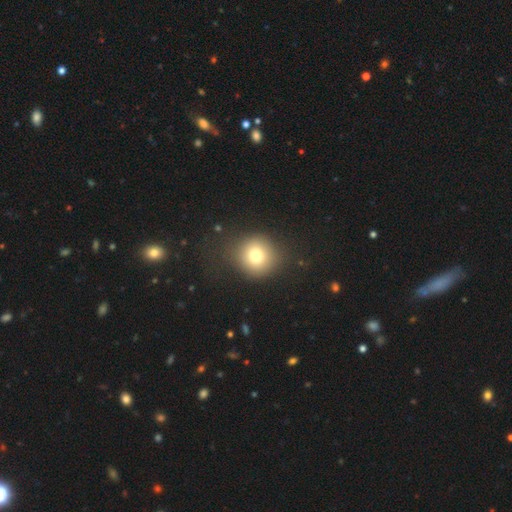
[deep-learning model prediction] smooth-or-featured: smooth: 77% | star or artifact: 12% | featured or disk: 11%
  how-rounded: round: 88% | in between: 11% | cigar-shaped: 1%
  merging: none: 79% | minor disturbance: 12% | major disturbance: 7% | merger: 2%